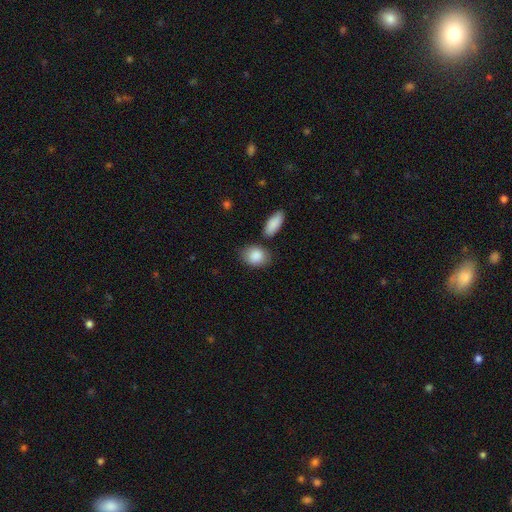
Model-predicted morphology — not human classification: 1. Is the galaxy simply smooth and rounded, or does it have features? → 88% smooth, 6% star or artifact, 6% featured or disk.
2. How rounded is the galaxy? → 64% in between, 34% round, 2% cigar-shaped.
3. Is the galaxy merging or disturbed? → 70% none, 16% minor disturbance, 9% merger, 4% major disturbance.